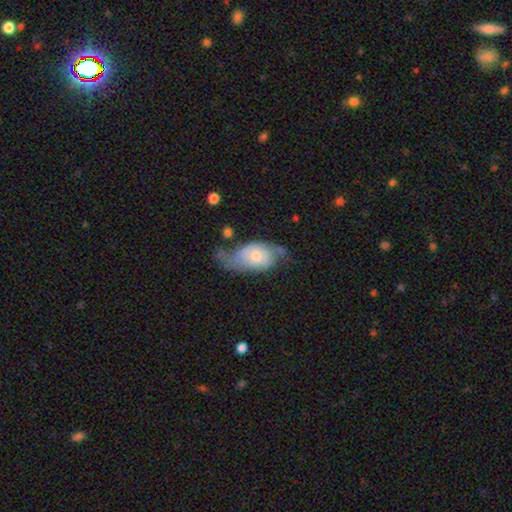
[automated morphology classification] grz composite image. It shows a featured or disk galaxy (52%). Merging: major disturbance (33%).